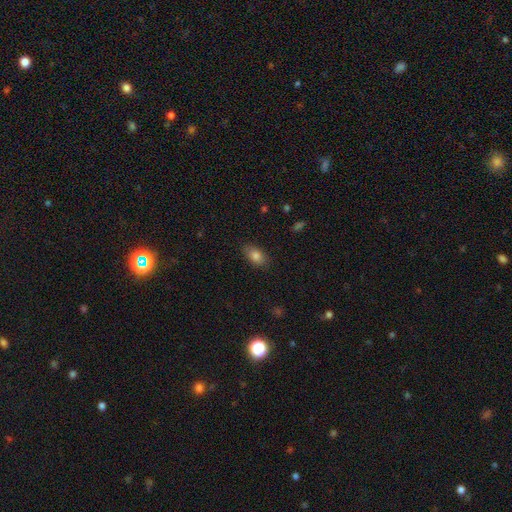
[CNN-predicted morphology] Smooth or featured: smooth — 83% (star or artifact — 9%)
How rounded: in between — 89% (round — 8%)
Merging: none — 85% (minor disturbance — 11%)